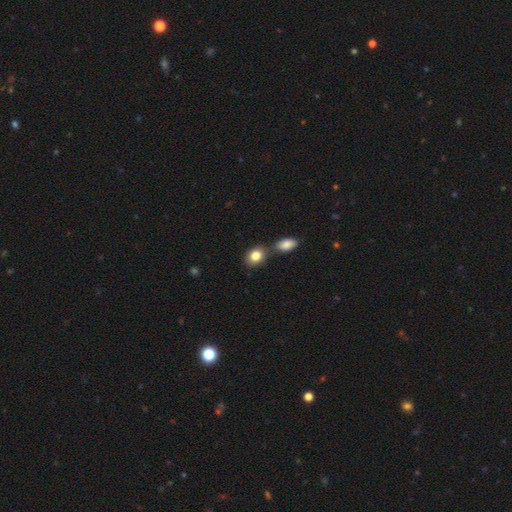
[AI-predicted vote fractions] The model was most divided on "how rounded": in between: 59%, round: 39%, cigar-shaped: 1%. More confident: smooth or featured — smooth (83%); merging — none (57%).